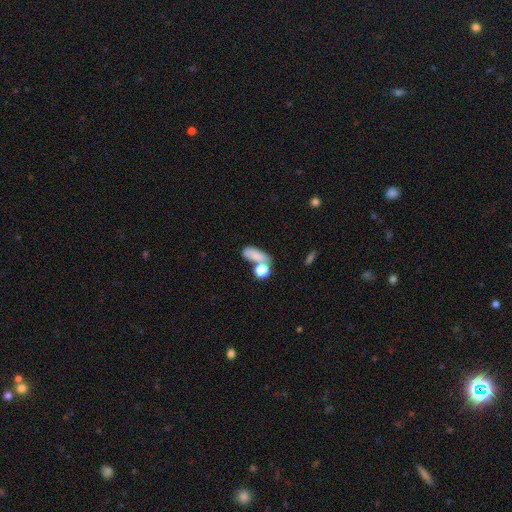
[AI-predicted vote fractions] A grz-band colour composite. It shows a smooth galaxy with no disk features (76%) that is in between round and cigar-shaped (74%). Merging: none (39%).